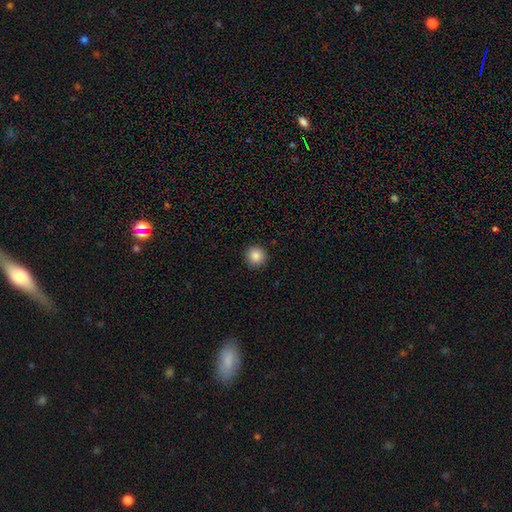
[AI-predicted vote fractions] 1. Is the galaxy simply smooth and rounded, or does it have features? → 86% smooth, 10% star or artifact, 4% featured or disk.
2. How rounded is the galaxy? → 95% round, 4% in between, 1% cigar-shaped.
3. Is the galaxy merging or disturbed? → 93% none, 5% minor disturbance, 2% major disturbance, 1% merger.